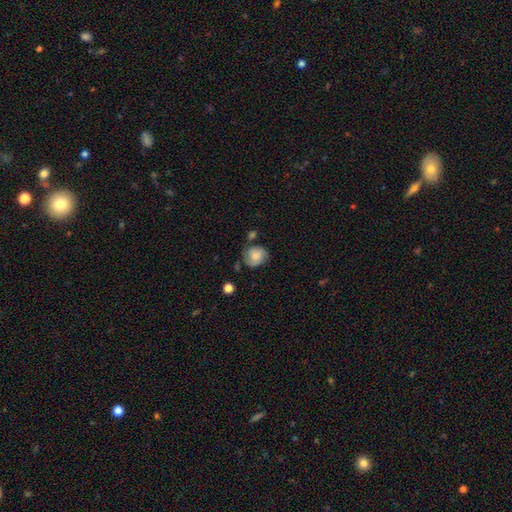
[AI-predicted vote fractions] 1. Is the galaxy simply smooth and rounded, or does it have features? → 60% smooth, 31% featured or disk, 9% star or artifact.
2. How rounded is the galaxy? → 75% round, 24% in between, 1% cigar-shaped.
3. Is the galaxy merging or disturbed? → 62% none, 24% minor disturbance, 7% major disturbance, 7% merger.